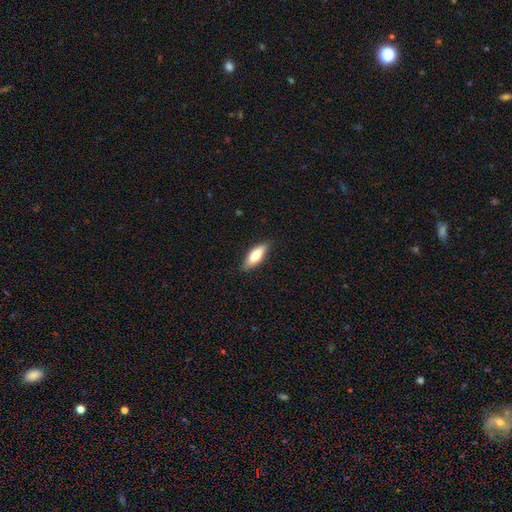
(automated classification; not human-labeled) Q: Smooth or featured?
A: smooth (75%); runner-up: featured or disk (19%)
Q: How rounded?
A: in between (64%); runner-up: cigar-shaped (34%)
Q: Merging?
A: none (84%); runner-up: minor disturbance (12%)